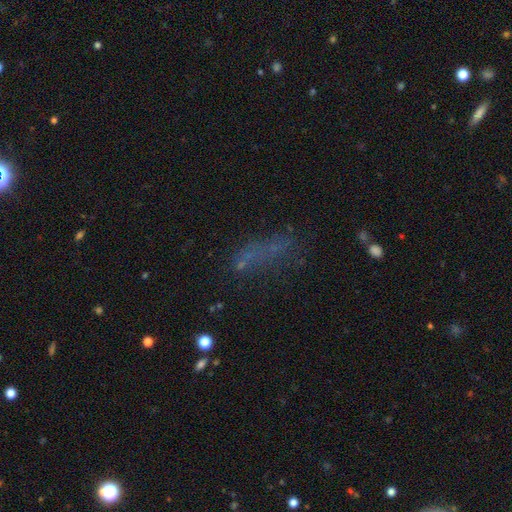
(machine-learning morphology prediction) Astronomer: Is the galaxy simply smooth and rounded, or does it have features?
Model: smooth — 47% (runner-up: star or artifact, 32%).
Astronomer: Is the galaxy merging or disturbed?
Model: none — 50%.